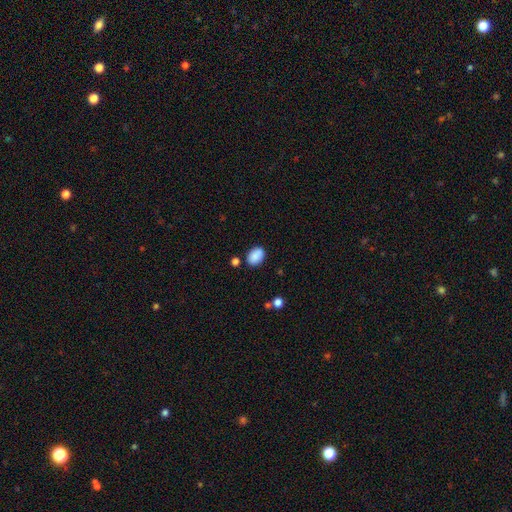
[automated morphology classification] Q: Smooth or featured?
A: smooth (86%); runner-up: star or artifact (8%)
Q: How rounded?
A: in between (74%); runner-up: round (25%)
Q: Merging?
A: none (78%); runner-up: minor disturbance (13%)